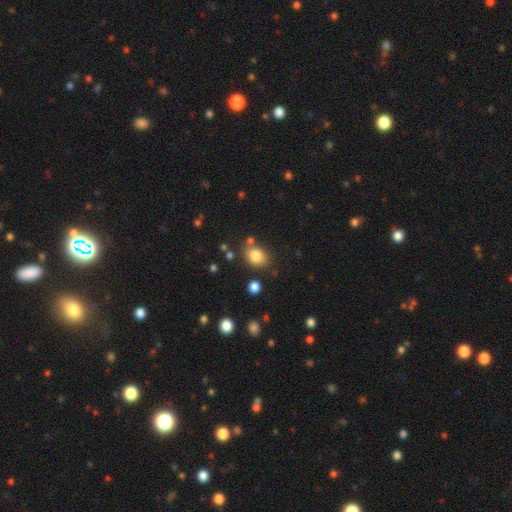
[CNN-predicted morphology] smooth-or-featured: smooth: 83% | star or artifact: 10% | featured or disk: 6%
  how-rounded: round: 50% | in between: 49% | cigar-shaped: 1%
  merging: none: 72% | minor disturbance: 15% | merger: 9% | major disturbance: 5%